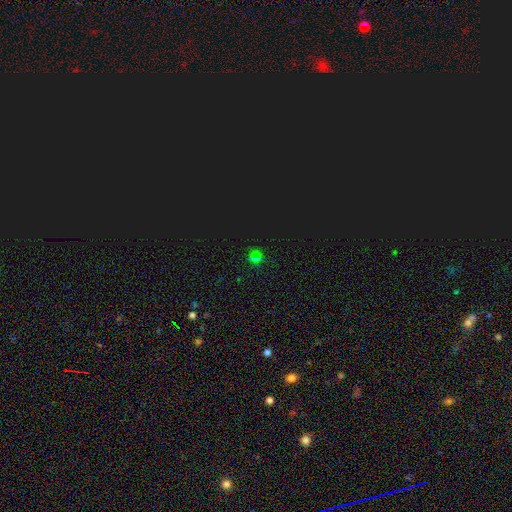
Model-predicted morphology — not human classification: smooth-or-featured: star or artifact: 68% | smooth: 24% | featured or disk: 8%